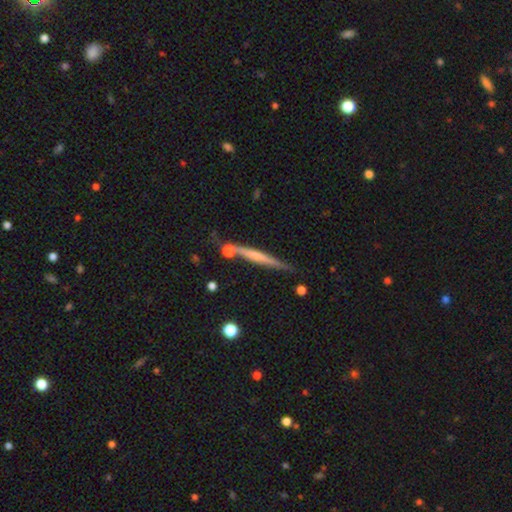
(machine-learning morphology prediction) This is possibly a featured or disk galaxy (53%). It is clearly viewed edge-on (96%). Edge-on bulge: likely none (63%). Merging: likely none (75%).